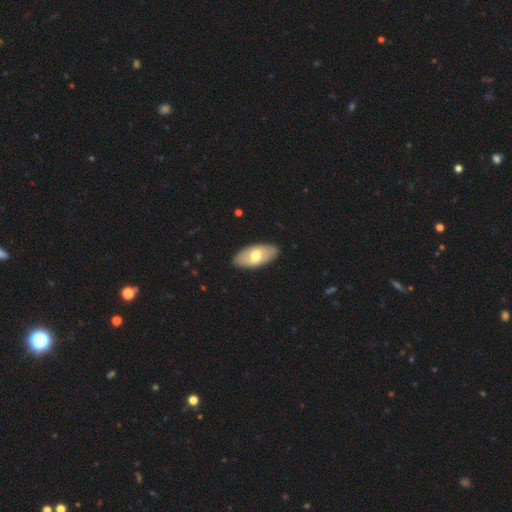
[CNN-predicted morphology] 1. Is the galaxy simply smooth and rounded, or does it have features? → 59% smooth, 36% featured or disk, 5% star or artifact.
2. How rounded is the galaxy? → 93% in between, 4% cigar-shaped, 3% round.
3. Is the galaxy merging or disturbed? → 88% none, 9% minor disturbance, 2% major disturbance, 1% merger.